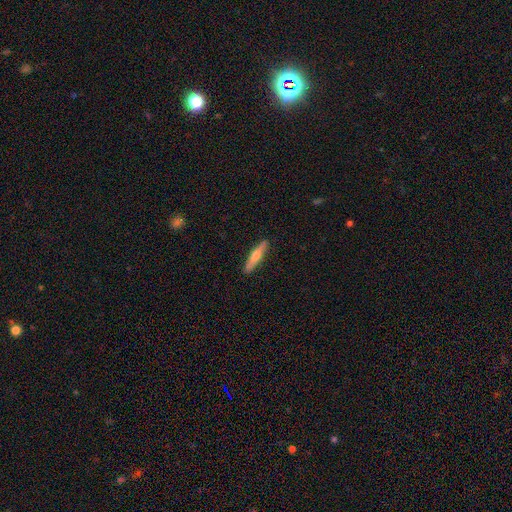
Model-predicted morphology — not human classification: This is possibly a smooth galaxy (49%). Merging: clearly none (90%).